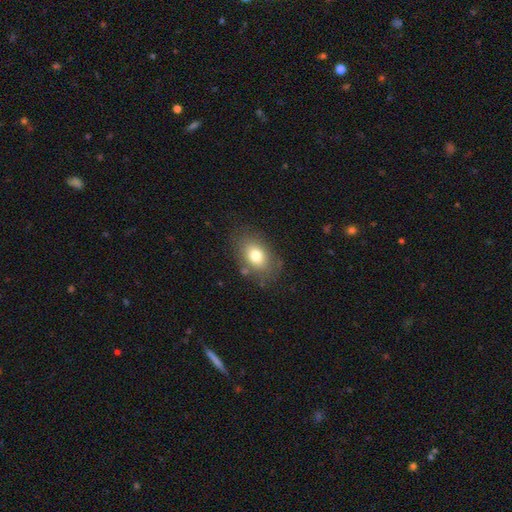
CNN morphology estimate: Smooth or featured: smooth — 75% (featured or disk — 16%)
How rounded: in between — 82% (round — 17%)
Merging: none — 77% (minor disturbance — 14%)